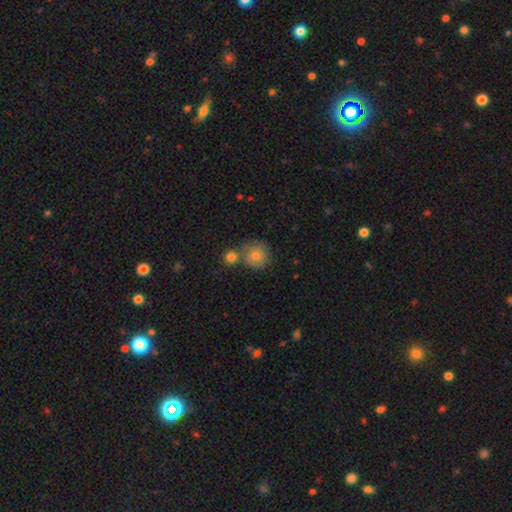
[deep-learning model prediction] Smooth or featured: smooth — 79% (featured or disk — 12%)
How rounded: round — 89% (in between — 10%)
Merging: none — 54% (merger — 30%)